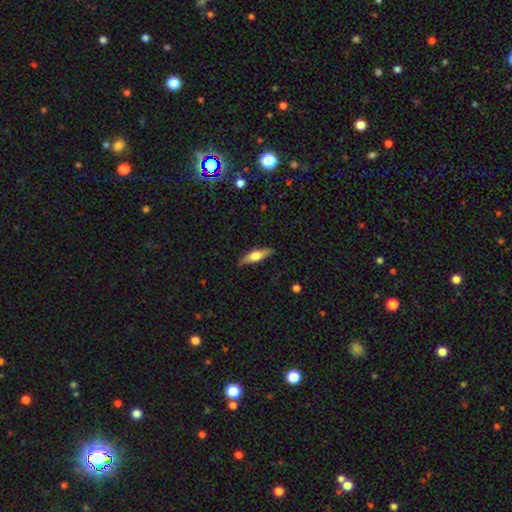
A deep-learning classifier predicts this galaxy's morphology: Smooth or featured? Predicted: featured or disk (p=0.47, tied with smooth). Merging? Predicted: none (p=0.87).